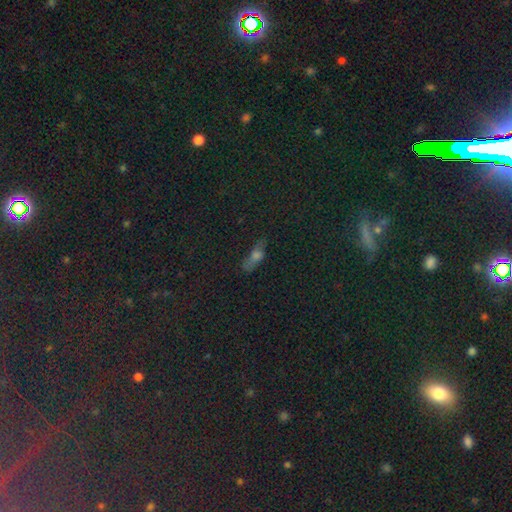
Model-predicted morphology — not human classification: smooth-or-featured: smooth: 51% | featured or disk: 25% | star or artifact: 24%
  how-rounded: in between: 53% | cigar-shaped: 38% | round: 9%
  merging: none: 69% | minor disturbance: 20% | major disturbance: 7% | merger: 3%